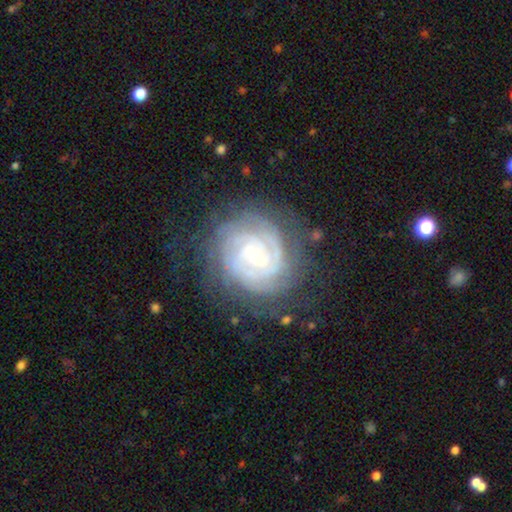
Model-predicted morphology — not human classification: Smooth or featured: featured or disk — 88% (smooth — 7%)
Edge-on disk: no — 98% (yes — 2%)
Bar: weak — 46% (no — 38%)
Spiral arms: yes — 97% (no — 3%)
Spiral winding: tight — 81% (medium — 16%)
Spiral arm count: can't tell — 32% (2 — 20%)
Bulge size: small — 55% (moderate — 42%)
Merging: none — 76% (minor disturbance — 16%)